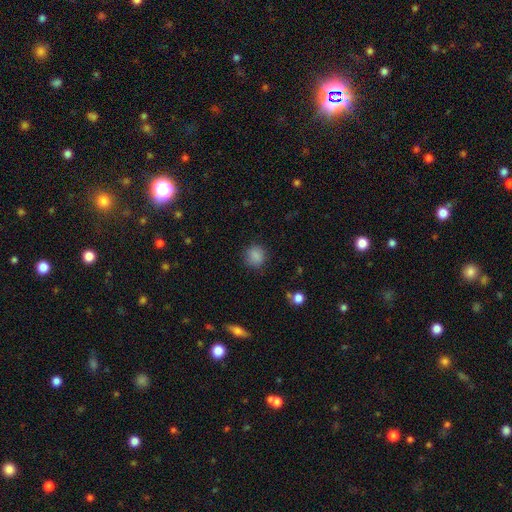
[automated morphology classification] smooth 86%, star or artifact 10%, featured or disk 4%. Down the decision tree: how rounded — round (86%); merging — none (83%).